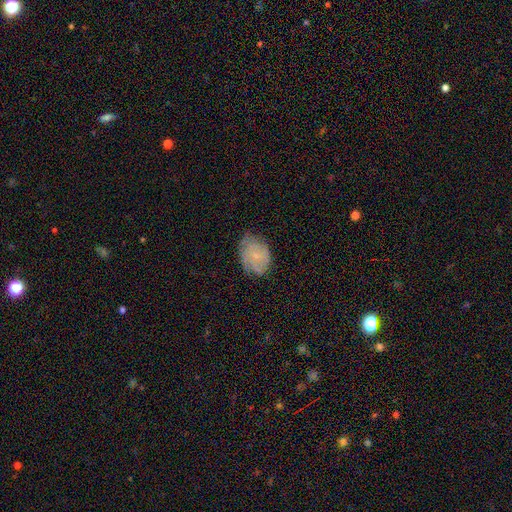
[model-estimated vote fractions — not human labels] Smooth or featured? Predicted: smooth (p=0.48). Merging? Predicted: none (p=0.60).